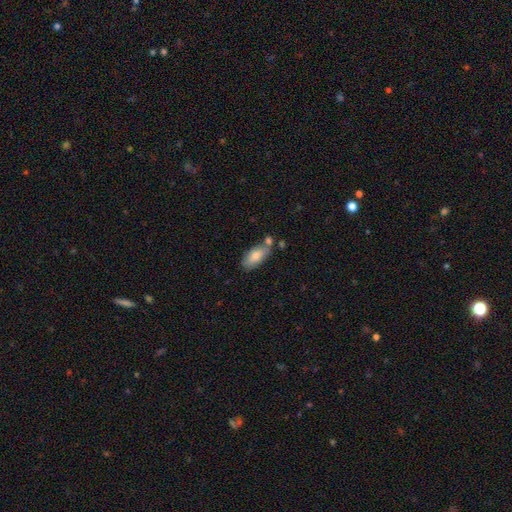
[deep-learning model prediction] Q: Smooth or featured?
A: smooth (80%); runner-up: featured or disk (14%)
Q: How rounded?
A: in between (88%); runner-up: cigar-shaped (10%)
Q: Merging?
A: none (58%); runner-up: minor disturbance (20%)